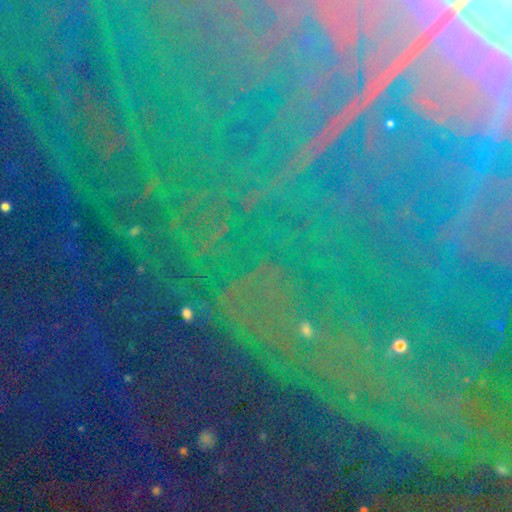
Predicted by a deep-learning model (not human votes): Q: Smooth or featured?
A: star or artifact (86%); runner-up: featured or disk (7%)